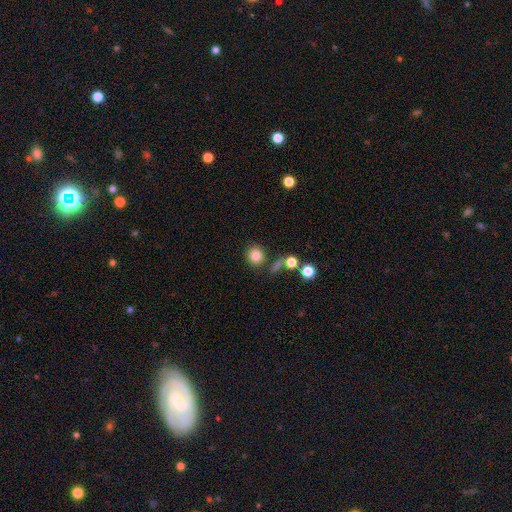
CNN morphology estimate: Overall: smooth (83%). How rounded: round (88%). Merging: none (76%).